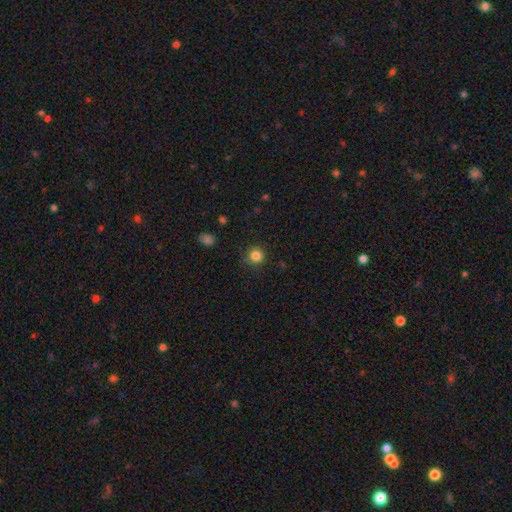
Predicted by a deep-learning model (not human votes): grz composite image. It shows a smooth galaxy with no disk features (84%) that is round (93%). Merging: none (86%).